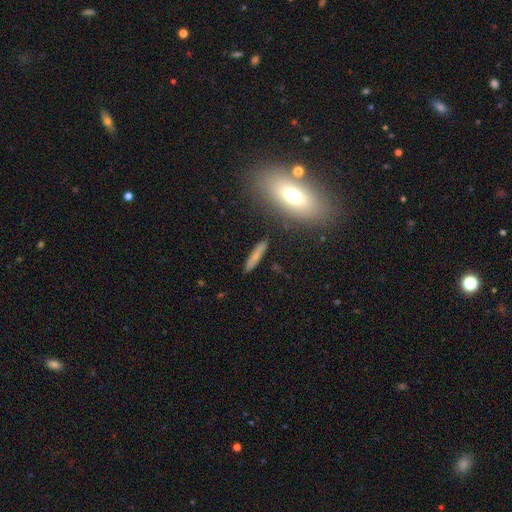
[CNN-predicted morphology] A smooth galaxy with no disk features (65%) that is cigar-shaped (80%). Merging: none (83%).